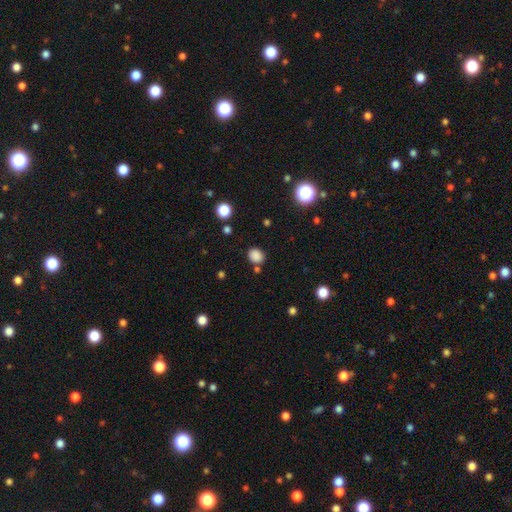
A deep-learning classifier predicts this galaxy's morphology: Smooth or featured: smooth — 83% (star or artifact — 13%)
How rounded: round — 63% (in between — 36%)
Merging: none — 79% (minor disturbance — 11%)